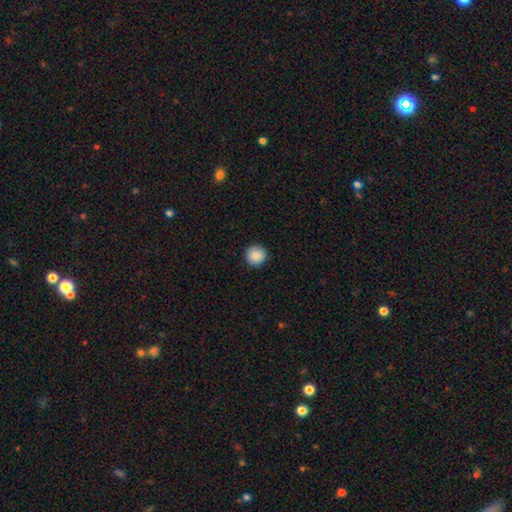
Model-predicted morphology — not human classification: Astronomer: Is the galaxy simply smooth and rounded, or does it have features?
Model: smooth — 87%.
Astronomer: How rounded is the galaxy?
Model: round — 96%.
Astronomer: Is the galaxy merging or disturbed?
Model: none — 92%.